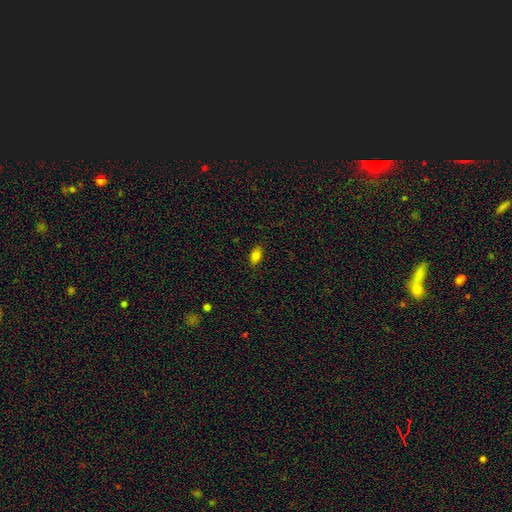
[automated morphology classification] Smooth or featured: smooth — 83% (star or artifact — 10%)
How rounded: in between — 89% (round — 6%)
Merging: none — 85% (minor disturbance — 11%)